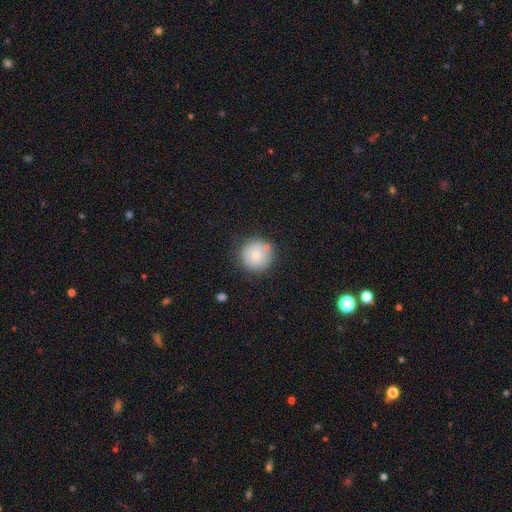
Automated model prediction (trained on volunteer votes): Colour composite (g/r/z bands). It shows a smooth galaxy with no disk features (75%) that is round (95%). Merging: none (79%).